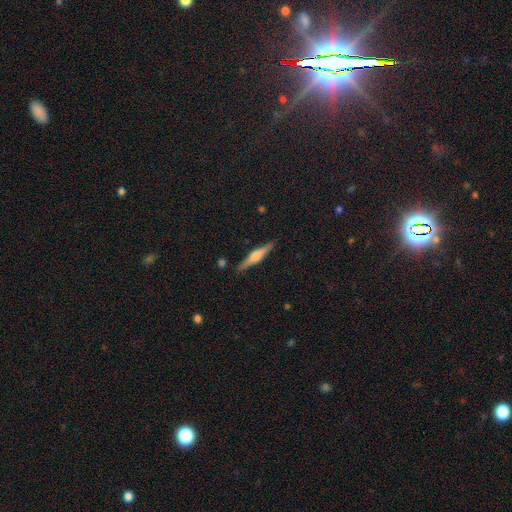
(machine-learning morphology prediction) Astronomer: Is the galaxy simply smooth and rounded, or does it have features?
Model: featured or disk — 68%.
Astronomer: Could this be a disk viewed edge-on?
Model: yes — 98%.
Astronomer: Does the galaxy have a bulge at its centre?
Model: rounded — 78%.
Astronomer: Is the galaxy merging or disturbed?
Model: none — 89%.